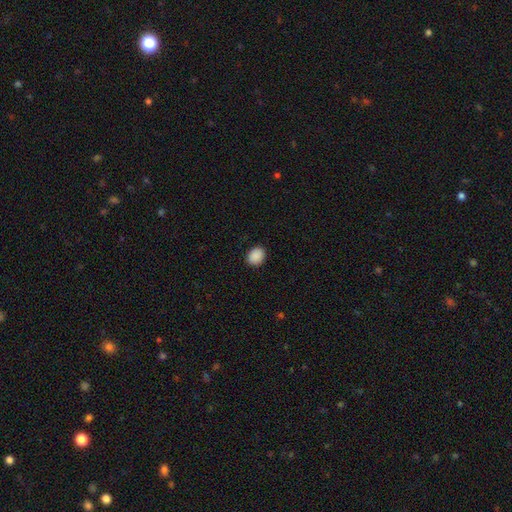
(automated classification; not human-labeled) Morphology: type=smooth (90%); roundness=in between (50%); merging=none (90%).